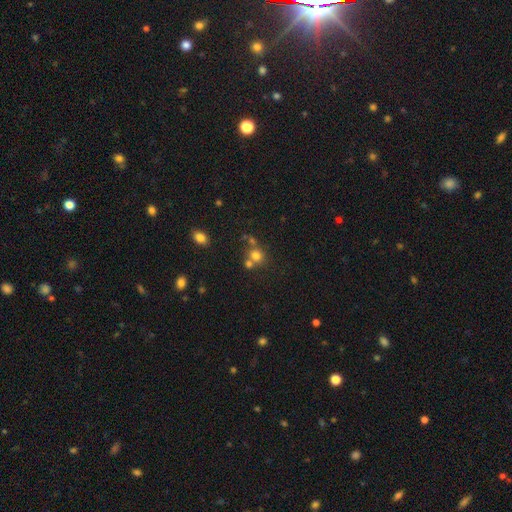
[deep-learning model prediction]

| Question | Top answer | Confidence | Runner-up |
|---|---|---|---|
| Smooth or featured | smooth | 73% | star or artifact (16%) |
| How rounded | round | 83% | in between (16%) |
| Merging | none | 49% | merger (37%) |